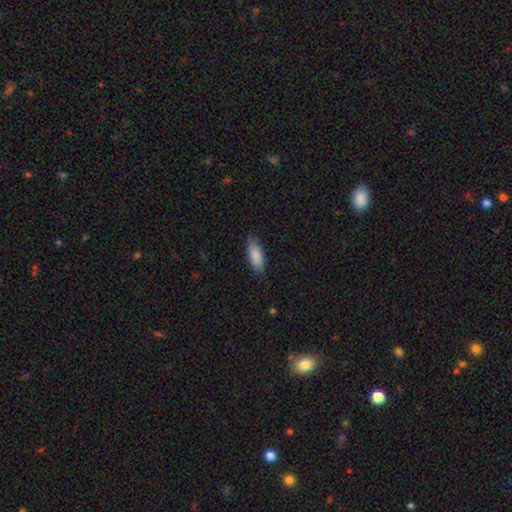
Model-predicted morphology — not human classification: Smooth or featured? Predicted: smooth (p=0.88). How rounded? Predicted: in between (p=0.74). Merging? Predicted: none (p=0.84).